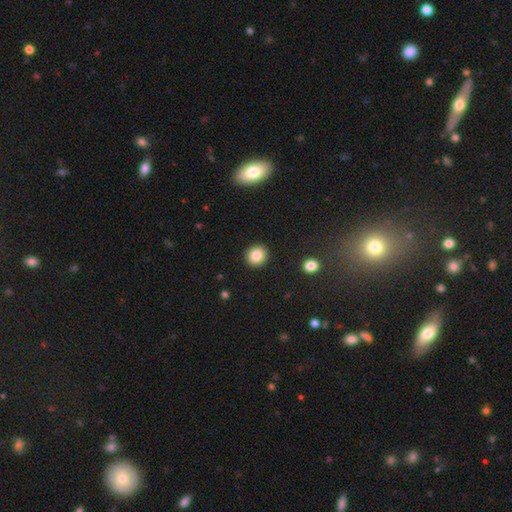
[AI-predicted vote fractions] This appears to be a smooth galaxy with no disk features (86%) that is round (87%). Merging: none (92%).